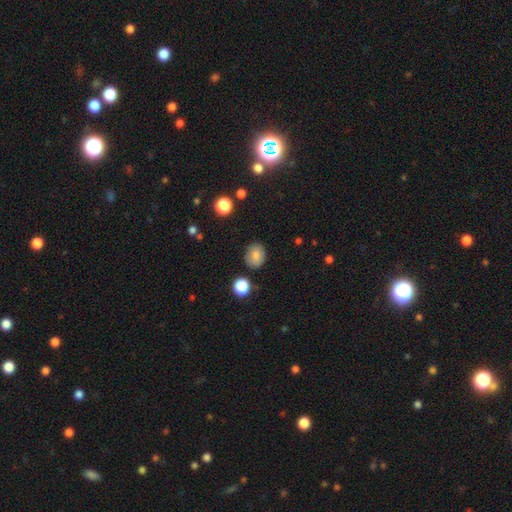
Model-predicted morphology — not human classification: A smooth galaxy with no disk features (83%) that is round (54%). Merging: none (83%).